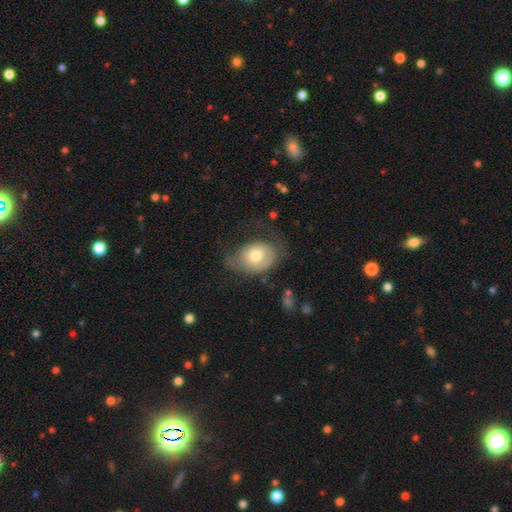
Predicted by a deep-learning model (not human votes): The model was most divided on "merging": none: 40%, minor disturbance: 32%, major disturbance: 26%, merger: 2%. More confident: how rounded — in between (70%); smooth or featured — smooth (60%).